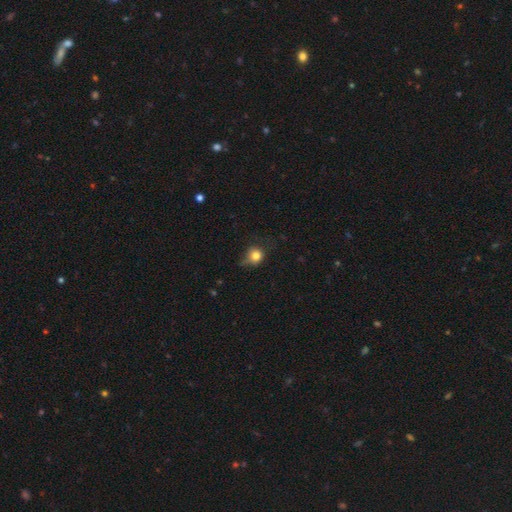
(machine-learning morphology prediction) Q: Smooth or featured?
A: smooth (80%); runner-up: star or artifact (12%)
Q: How rounded?
A: round (80%); runner-up: in between (19%)
Q: Merging?
A: none (54%); runner-up: minor disturbance (32%)